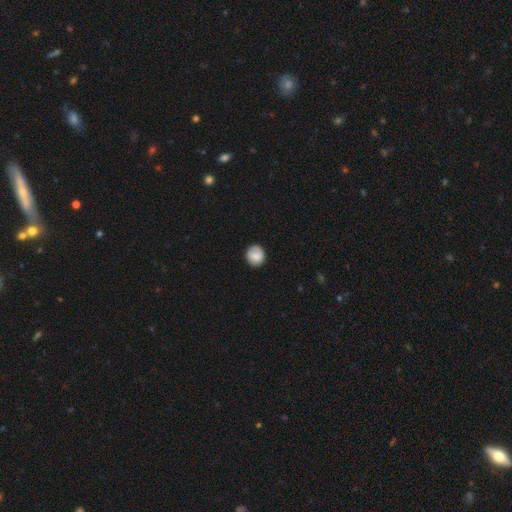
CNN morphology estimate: Smooth or featured: smooth — 81% (featured or disk — 11%)
How rounded: round — 86% (in between — 13%)
Merging: none — 82% (minor disturbance — 14%)